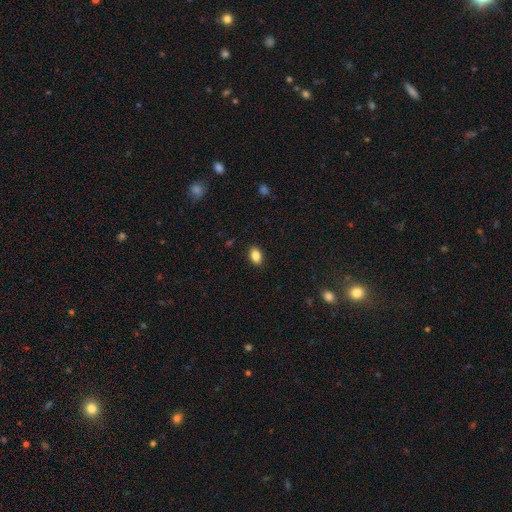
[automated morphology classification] A smooth galaxy with no disk features (87%) that is in between round and cigar-shaped (84%). Merging: none (89%).